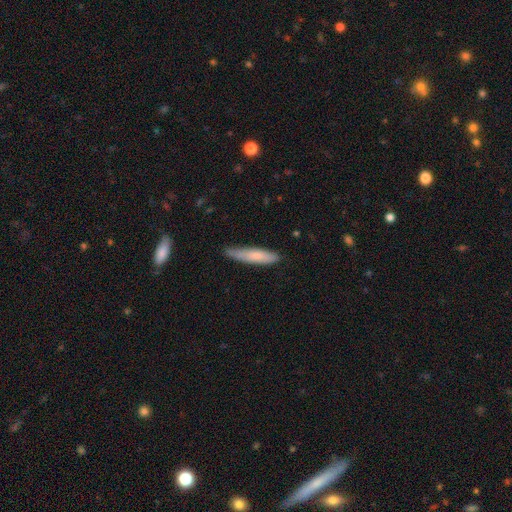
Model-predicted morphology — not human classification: A smooth galaxy with no disk features (76%) that is cigar-shaped (85%).

Vote fractions:
- Smooth or featured? smooth: 76% / featured or disk: 18% / star or artifact: 6%
- How rounded? cigar-shaped: 85% / in between: 14% / round: 1%
- Merging? none: 71% / minor disturbance: 24% / major disturbance: 4% / merger: 2%